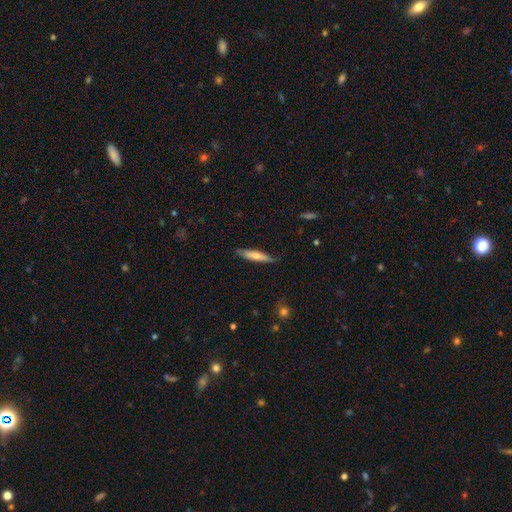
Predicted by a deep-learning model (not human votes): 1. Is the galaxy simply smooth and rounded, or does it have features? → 70% smooth, 25% featured or disk, 6% star or artifact.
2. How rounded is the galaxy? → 84% cigar-shaped, 15% in between, 1% round.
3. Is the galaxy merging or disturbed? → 78% none, 18% minor disturbance, 3% major disturbance, 1% merger.